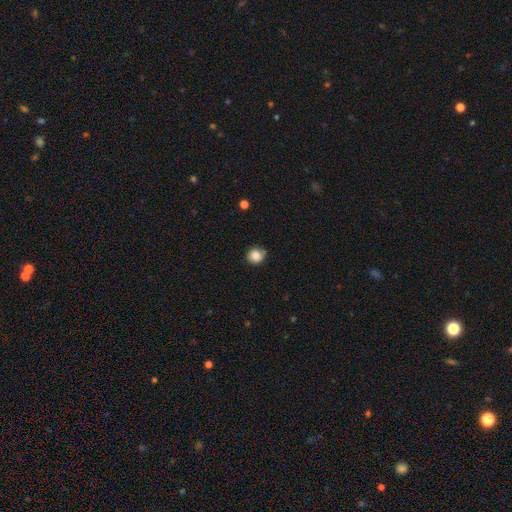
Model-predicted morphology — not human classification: Smooth or featured? Predicted: smooth (p=0.84). How rounded? Predicted: round (p=0.86). Merging? Predicted: none (p=0.74).